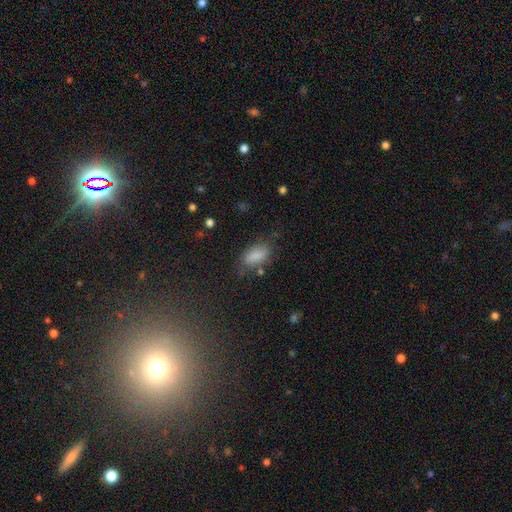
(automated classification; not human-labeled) A smooth galaxy with no disk features (84%) that is in between round and cigar-shaped (90%). Merging: none (65%).